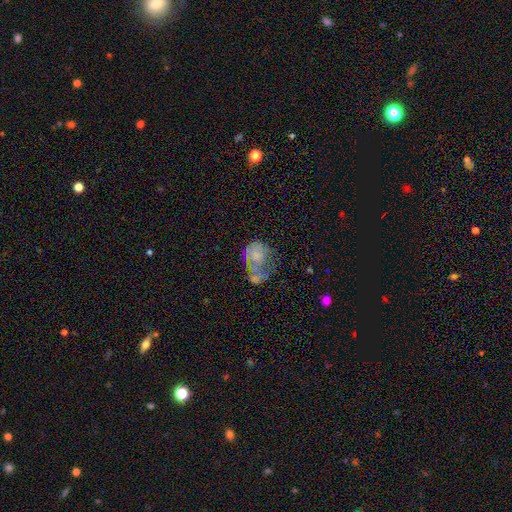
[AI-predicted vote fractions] Overall: smooth (46%; featured or disk 44%). Merging: major disturbance (34%; merger 24%).